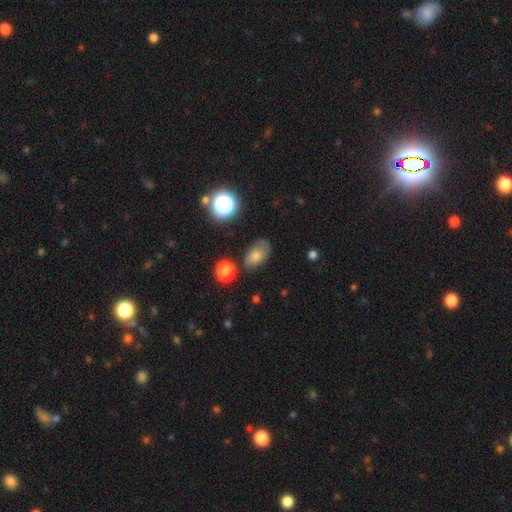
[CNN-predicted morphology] The model was most divided on "merging": none: 65%, minor disturbance: 24%, major disturbance: 8%, merger: 3%. More confident: how rounded — in between (85%); smooth or featured — smooth (68%).